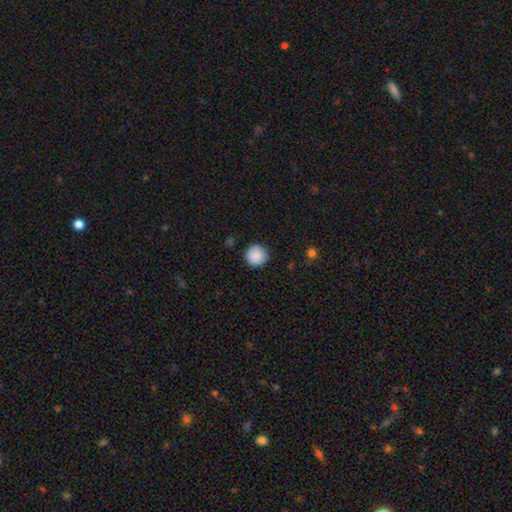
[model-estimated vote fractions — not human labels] Smooth or featured? Predicted: smooth (p=0.89). How rounded? Predicted: round (p=0.96). Merging? Predicted: none (p=0.91).